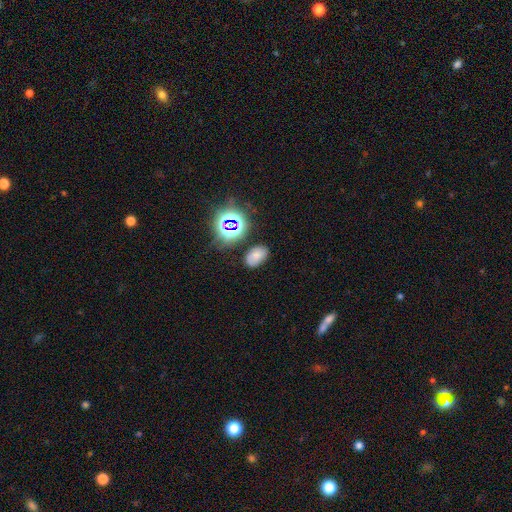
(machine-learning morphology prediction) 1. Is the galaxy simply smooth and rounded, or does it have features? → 61% smooth, 22% star or artifact, 16% featured or disk.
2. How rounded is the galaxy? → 87% in between, 11% round, 1% cigar-shaped.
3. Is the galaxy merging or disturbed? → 75% none, 17% minor disturbance, 5% major disturbance, 3% merger.